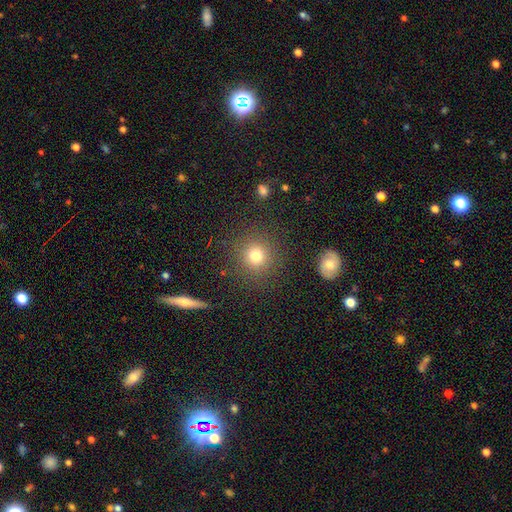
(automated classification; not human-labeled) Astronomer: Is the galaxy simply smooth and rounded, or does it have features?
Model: smooth — 78%.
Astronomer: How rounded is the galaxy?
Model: round — 92%.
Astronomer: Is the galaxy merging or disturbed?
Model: none — 87%.